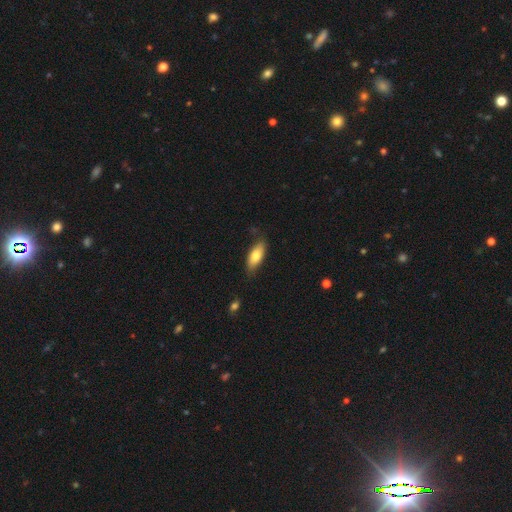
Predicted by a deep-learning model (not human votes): Smooth or featured? smooth (77%)
How rounded? in between (76%)
Merging? none (78%)